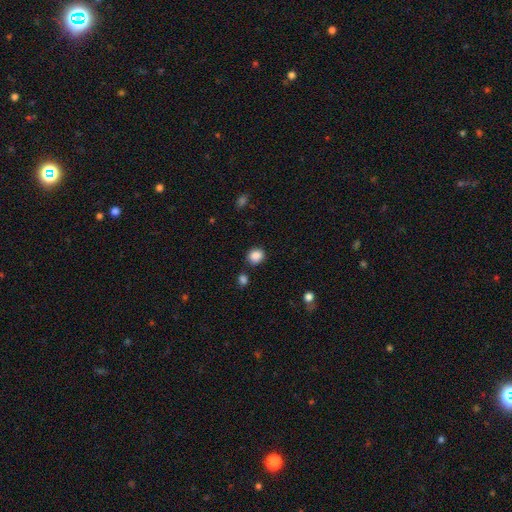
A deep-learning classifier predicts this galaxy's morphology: The model was most divided on "how rounded": round: 76%, in between: 23%, cigar-shaped: 1%. More confident: smooth or featured — smooth (87%); merging — none (83%).